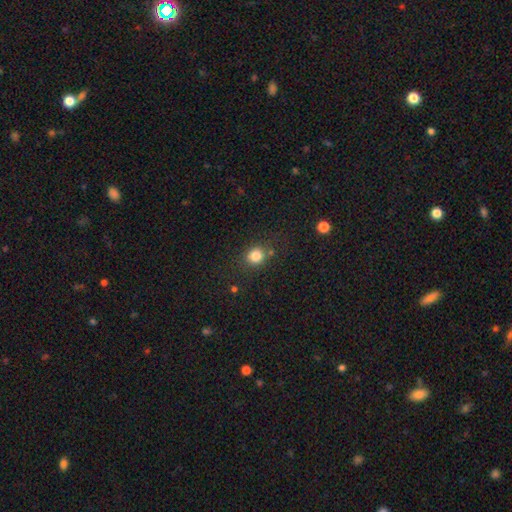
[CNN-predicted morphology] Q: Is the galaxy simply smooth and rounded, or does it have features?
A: smooth — 82%.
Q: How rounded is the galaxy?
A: round — 81%.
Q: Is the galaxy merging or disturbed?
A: none — 77%.